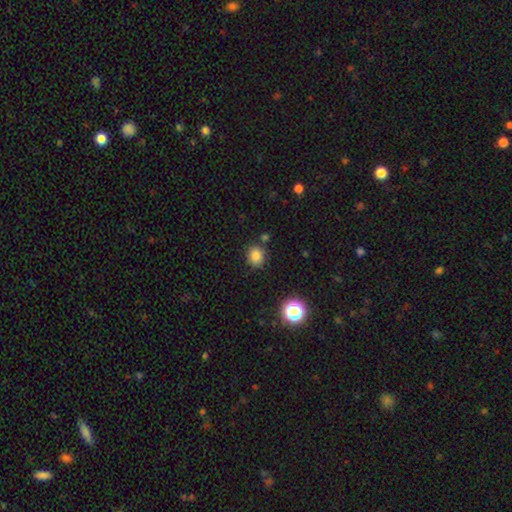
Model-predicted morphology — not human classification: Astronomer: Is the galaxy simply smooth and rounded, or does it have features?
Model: smooth — 82%.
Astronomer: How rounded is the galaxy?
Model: round — 72%.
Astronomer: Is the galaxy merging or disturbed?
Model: none — 81%.